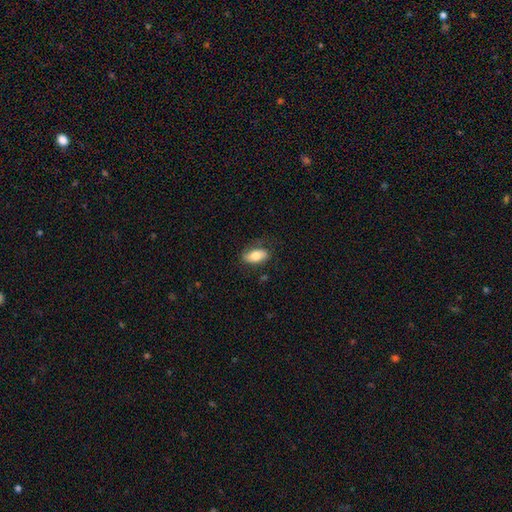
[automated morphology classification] A smooth galaxy with no disk features (75%) that is in between round and cigar-shaped (89%).

Vote fractions:
- Smooth or featured? smooth: 75% / featured or disk: 18% / star or artifact: 6%
- How rounded? in between: 89% / cigar-shaped: 6% / round: 4%
- Merging? none: 74% / minor disturbance: 19% / major disturbance: 6% / merger: 1%